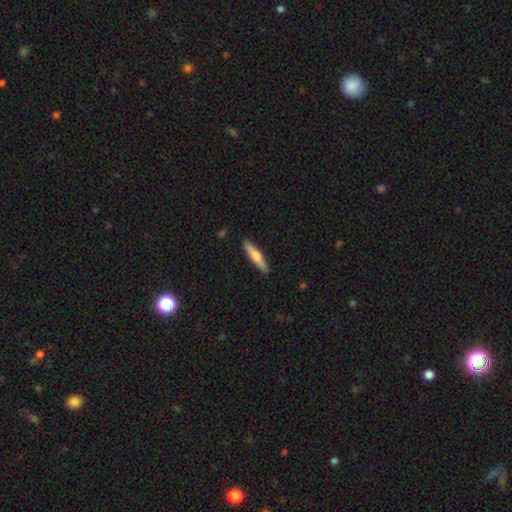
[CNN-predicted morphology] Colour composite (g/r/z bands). It shows a smooth galaxy with no disk features (59%) that is cigar-shaped (86%). Merging: none (90%).